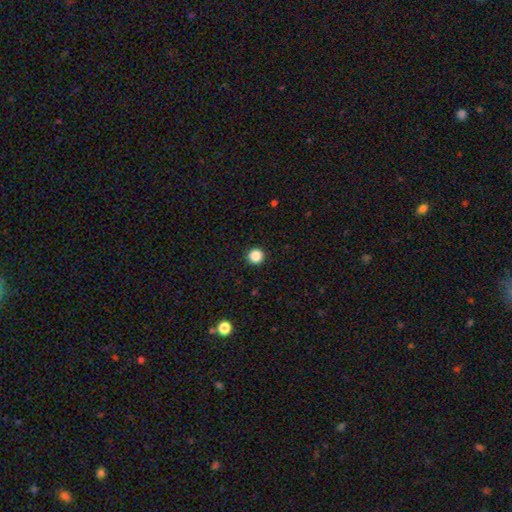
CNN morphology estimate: Smooth or featured?
  - smooth: 86% *
  - star or artifact: 11%
  - featured or disk: 3%
How rounded?
  - round: 96% *
  - in between: 3%
  - cigar-shaped: 1%
Merging?
  - none: 93% *
  - minor disturbance: 4%
  - major disturbance: 2%
  - merger: 1%